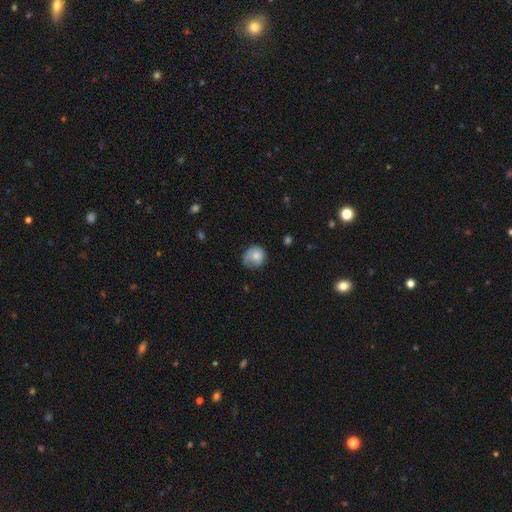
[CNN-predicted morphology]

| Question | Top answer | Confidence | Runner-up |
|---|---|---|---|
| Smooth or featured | smooth | 74% | featured or disk (18%) |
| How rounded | round | 73% | in between (26%) |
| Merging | none | 49% | minor disturbance (34%) |